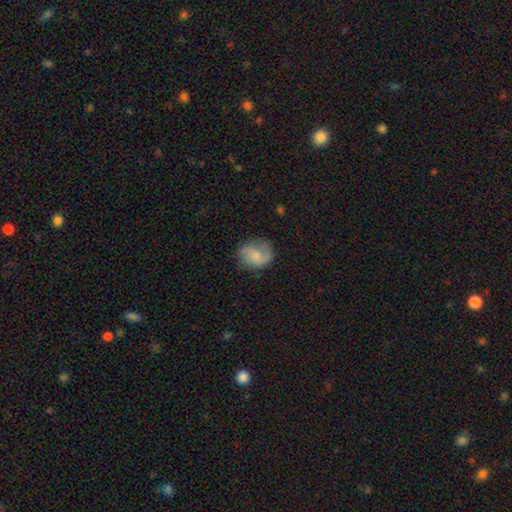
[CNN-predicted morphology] A smooth galaxy with no disk features (52%) that is round (66%). Merging: none (65%).